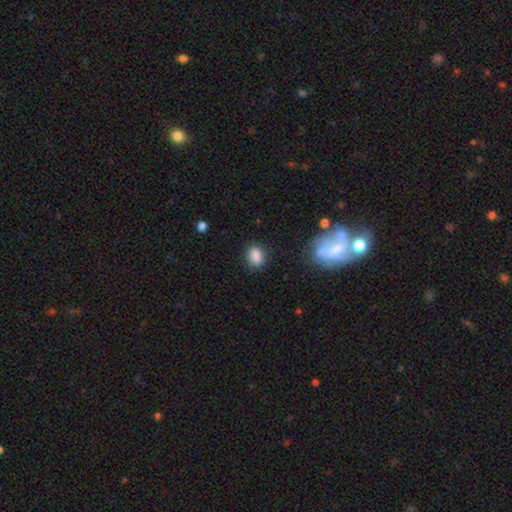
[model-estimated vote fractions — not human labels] A smooth galaxy with no disk features (84%) that is in between round and cigar-shaped (72%). Merging: none (80%).